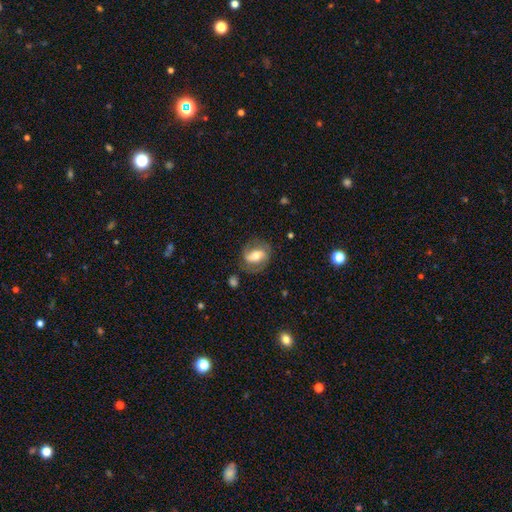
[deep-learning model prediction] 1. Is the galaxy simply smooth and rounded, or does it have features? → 56% featured or disk, 36% smooth, 7% star or artifact.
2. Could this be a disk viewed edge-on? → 93% no, 7% yes.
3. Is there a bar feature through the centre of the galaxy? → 42% strong, 34% weak, 24% no.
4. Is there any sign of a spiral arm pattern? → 74% yes, 26% no.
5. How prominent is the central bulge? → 60% moderate, 18% small, 17% large, 2% dominant, 2% none.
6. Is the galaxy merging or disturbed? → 70% none, 18% minor disturbance, 10% major disturbance, 2% merger.